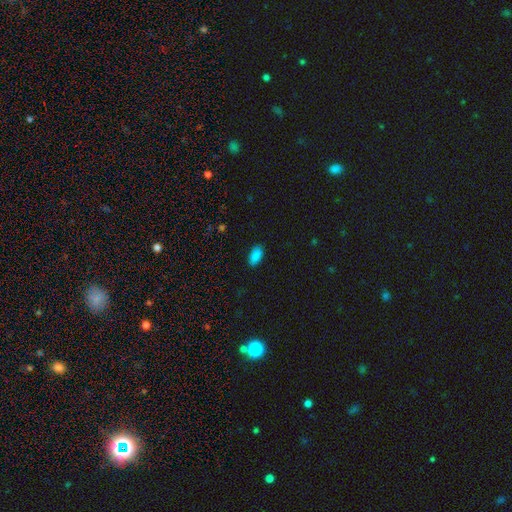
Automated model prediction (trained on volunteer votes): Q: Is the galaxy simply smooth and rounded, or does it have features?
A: smooth — 88%.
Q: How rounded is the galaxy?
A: in between — 93%.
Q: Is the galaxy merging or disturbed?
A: none — 89%.